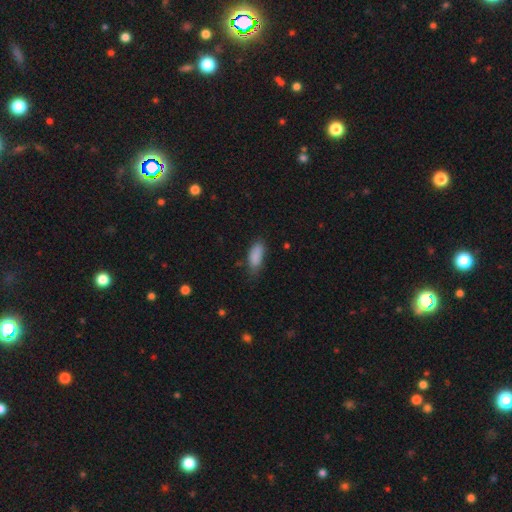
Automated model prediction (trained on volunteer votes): smooth_or_featured: smooth (p=0.86) [alt: star or artifact p=0.08]
how_rounded: in between (p=0.83) [alt: cigar-shaped p=0.15]
merging: none (p=0.63) [alt: minor disturbance p=0.28]